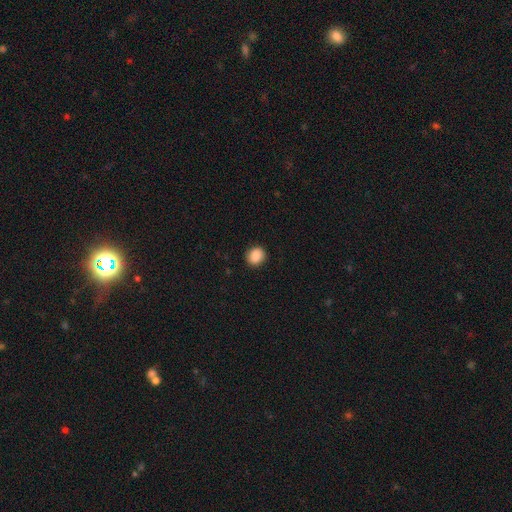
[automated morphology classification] smooth_or_featured: smooth (p=0.88) [alt: star or artifact p=0.08]
how_rounded: round (p=0.78) [alt: in between p=0.21]
merging: none (p=0.88) [alt: minor disturbance p=0.09]